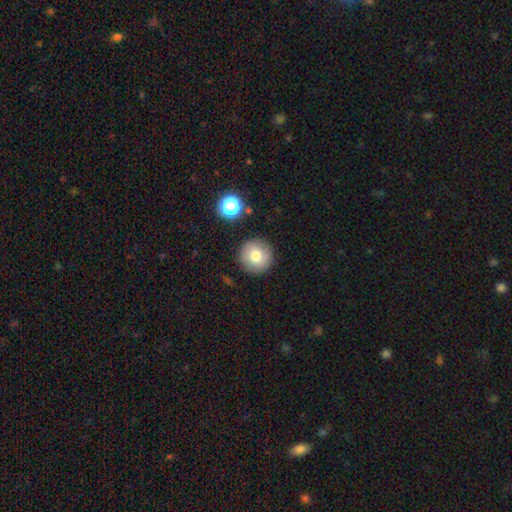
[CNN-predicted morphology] A smooth galaxy with no disk features (76%) that is round (95%). Merging: none (89%).